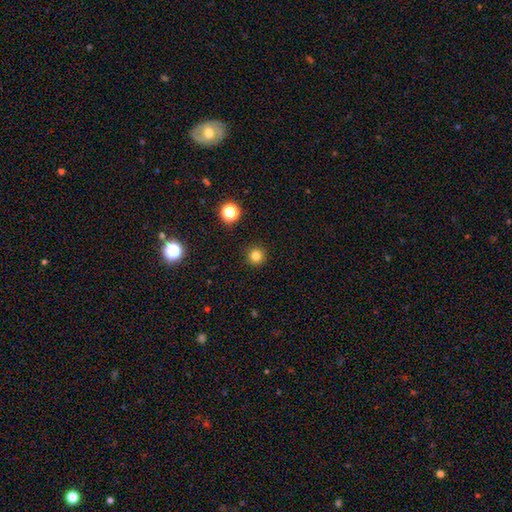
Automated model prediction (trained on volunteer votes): Smooth or featured? smooth (80%)
How rounded? round (96%)
Merging? none (92%)